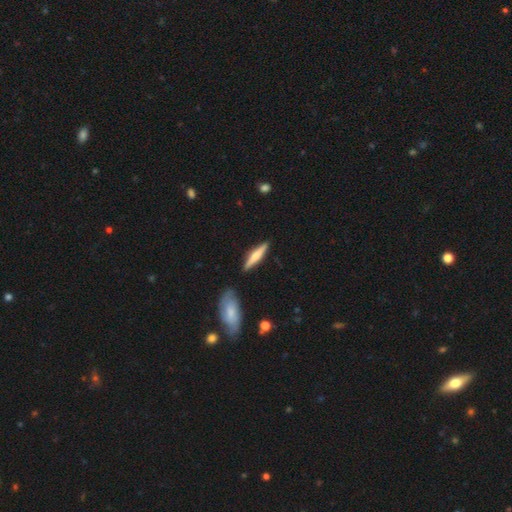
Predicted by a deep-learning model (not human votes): A smooth galaxy with no disk features (50%) that is cigar-shaped (86%).

Vote fractions:
- Smooth or featured? smooth: 50% / featured or disk: 44% / star or artifact: 6%
- How rounded? cigar-shaped: 86% / in between: 12% / round: 2%
- Merging? none: 85% / minor disturbance: 9% / merger: 3% / major disturbance: 2%